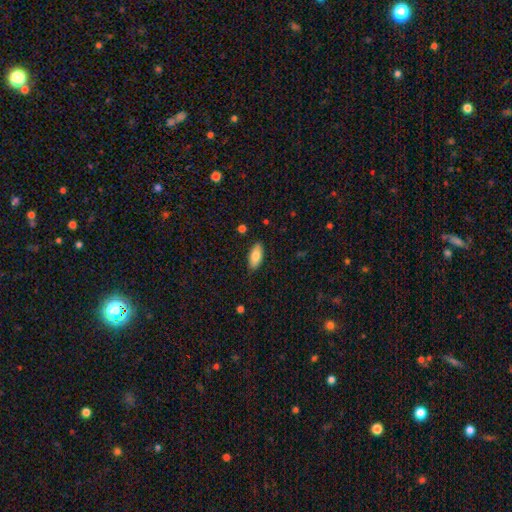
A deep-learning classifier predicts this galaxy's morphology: The model was most divided on "smooth or featured": smooth: 81%, featured or disk: 12%, star or artifact: 6%. More confident: how rounded — in between (88%); merging — none (86%).